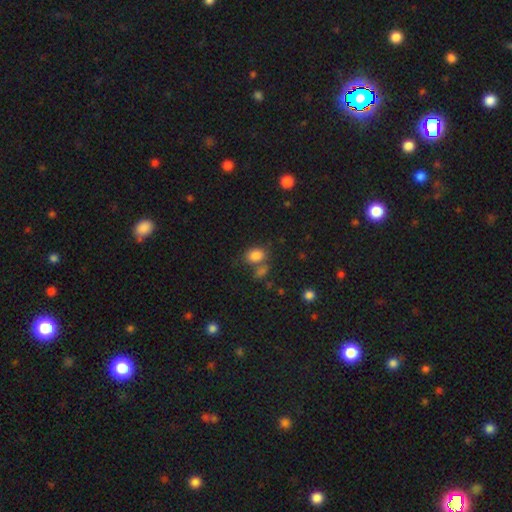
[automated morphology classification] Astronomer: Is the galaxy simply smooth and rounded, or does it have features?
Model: smooth — 83%.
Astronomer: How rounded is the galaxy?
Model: in between — 65%.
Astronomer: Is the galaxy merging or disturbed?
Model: none — 55%.